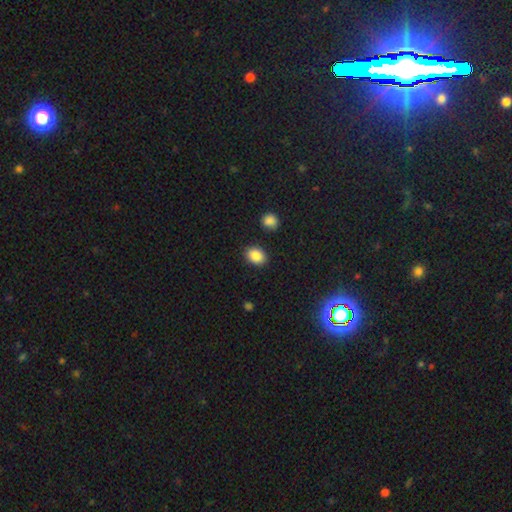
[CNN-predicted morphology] Overall: smooth (86%). How rounded: in between (69%; round 30%). Merging: none (86%).